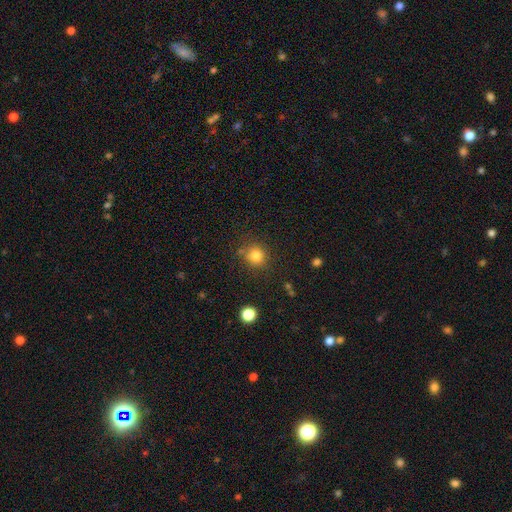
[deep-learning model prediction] Q: Smooth or featured?
A: smooth (81%); runner-up: star or artifact (13%)
Q: How rounded?
A: round (86%); runner-up: in between (13%)
Q: Merging?
A: none (78%); runner-up: minor disturbance (12%)